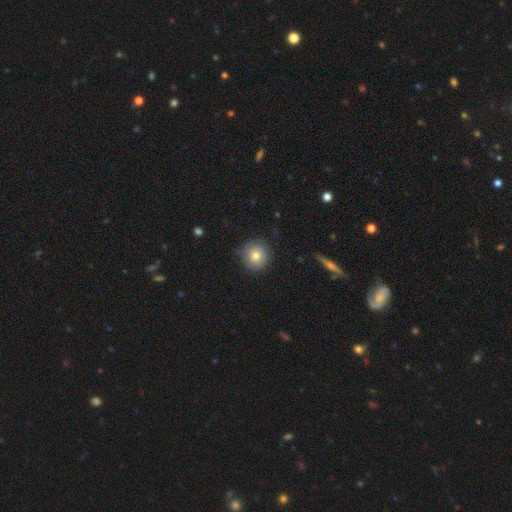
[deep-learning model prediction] Morphology: type=smooth (79%); roundness=round (93%); merging=none (79%).